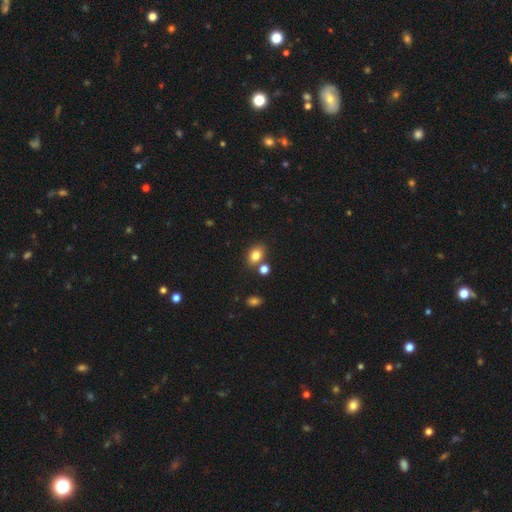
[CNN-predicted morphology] Q: Smooth or featured?
A: smooth (81%); runner-up: star or artifact (11%)
Q: How rounded?
A: in between (69%); runner-up: round (30%)
Q: Merging?
A: none (69%); runner-up: merger (16%)